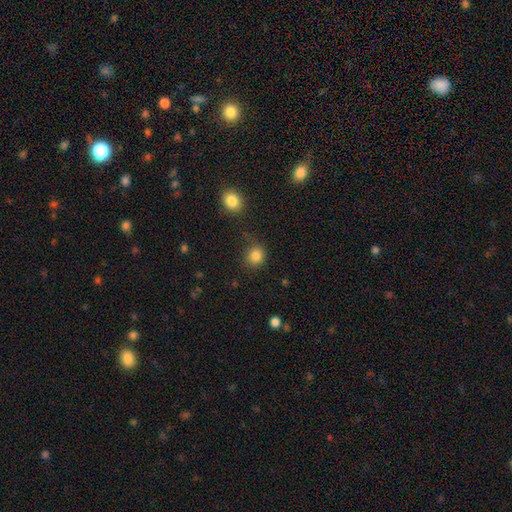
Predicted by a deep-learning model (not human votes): This is clearly a smooth galaxy (84%). How rounded: clearly round (82%). Merging: likely none (73%).